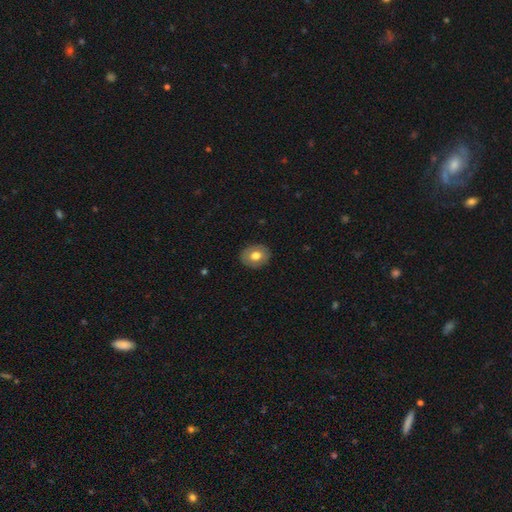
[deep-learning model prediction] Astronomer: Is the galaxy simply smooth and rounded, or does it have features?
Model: smooth — 70%.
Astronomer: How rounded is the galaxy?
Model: round — 55% (runner-up: in between, 44%).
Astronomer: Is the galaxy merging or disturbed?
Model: none — 88%.